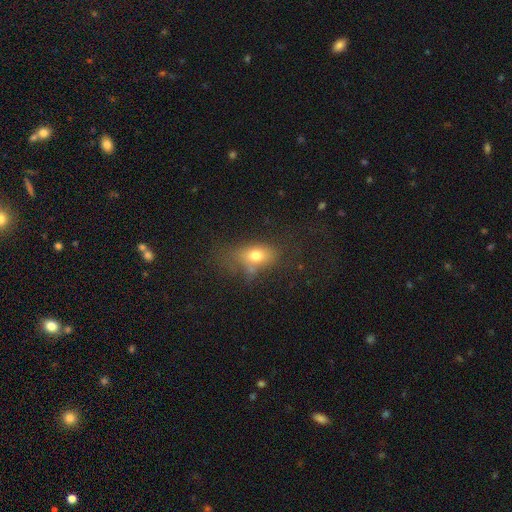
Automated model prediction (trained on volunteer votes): Q: Smooth or featured?
A: smooth (72%); runner-up: featured or disk (15%)
Q: How rounded?
A: in between (77%); runner-up: round (19%)
Q: Merging?
A: none (45%); runner-up: minor disturbance (25%)